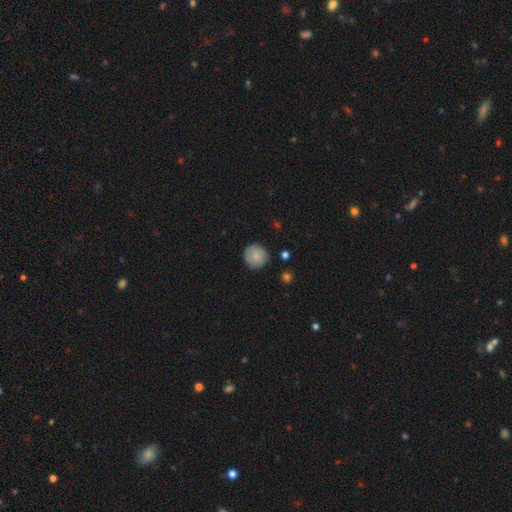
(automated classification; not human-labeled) Smooth or featured? Predicted: smooth (p=0.81). How rounded? Predicted: round (p=0.94). Merging? Predicted: none (p=0.86).